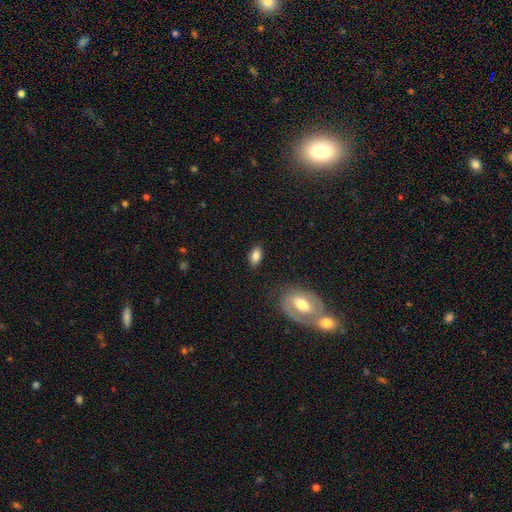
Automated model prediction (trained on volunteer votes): Smooth or featured? Predicted: smooth (p=0.83). How rounded? Predicted: in between (p=0.90). Merging? Predicted: none (p=0.85).